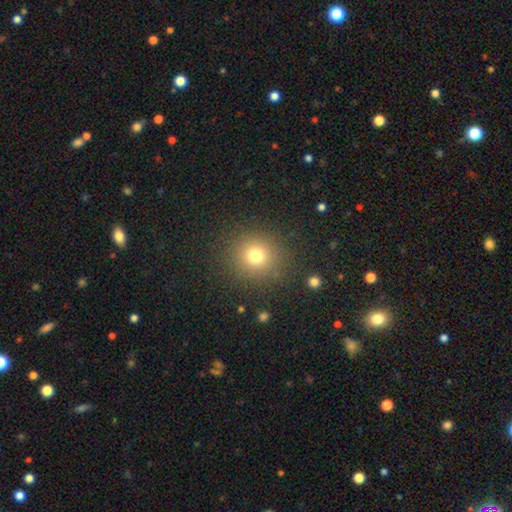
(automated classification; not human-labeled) smooth 74%, star or artifact 17%, featured or disk 9%. Down the decision tree: how rounded — round (90%); merging — none (87%).